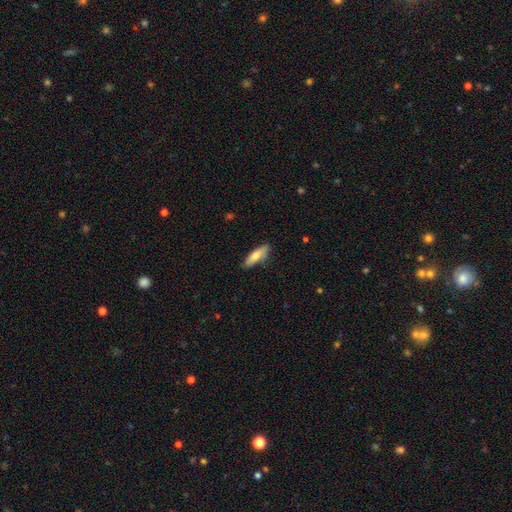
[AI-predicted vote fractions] This appears to be a smooth galaxy with no disk features (72%) that is cigar-shaped (55%). Merging: none (81%).